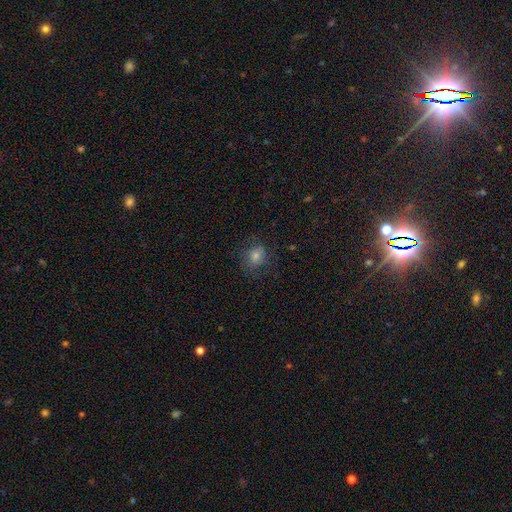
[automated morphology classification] The model was most divided on "how rounded": round: 70%, in between: 29%, cigar-shaped: 1%. More confident: merging — none (71%); smooth or featured — smooth (64%).